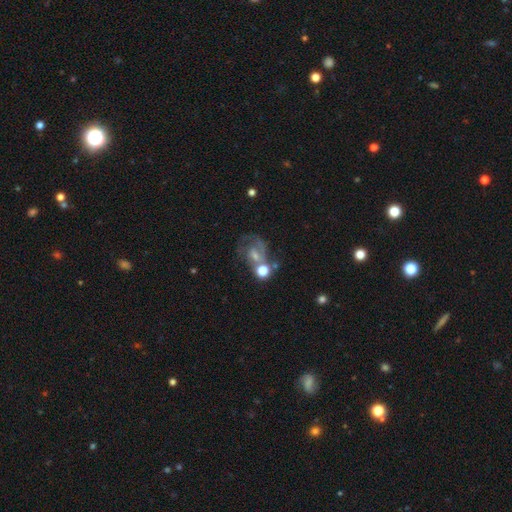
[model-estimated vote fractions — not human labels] This is likely a featured or disk galaxy (67%). It is clearly not viewed edge-on (97%). Bar: possibly no (56%). Spiral arm pattern: clearly yes (86%). Spiral arm count: possibly 2 (54%). Spiral winding: possibly medium (47%). Central bulge: possibly small (49%). Merging: possibly none (47%).